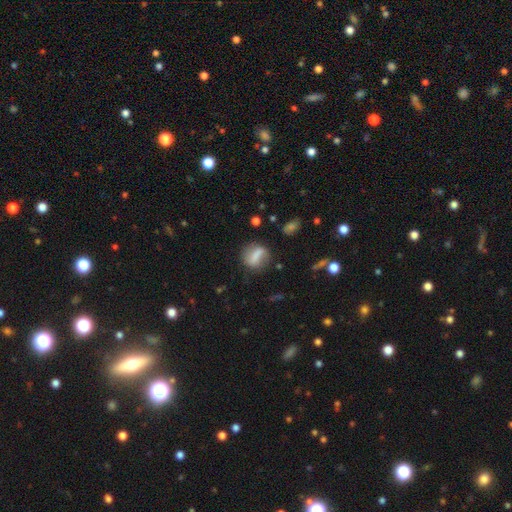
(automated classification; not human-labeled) Q: Smooth or featured?
A: smooth (61%); runner-up: featured or disk (30%)
Q: How rounded?
A: in between (46%); tied with: round (46%)
Q: Merging?
A: none (64%); runner-up: minor disturbance (21%)